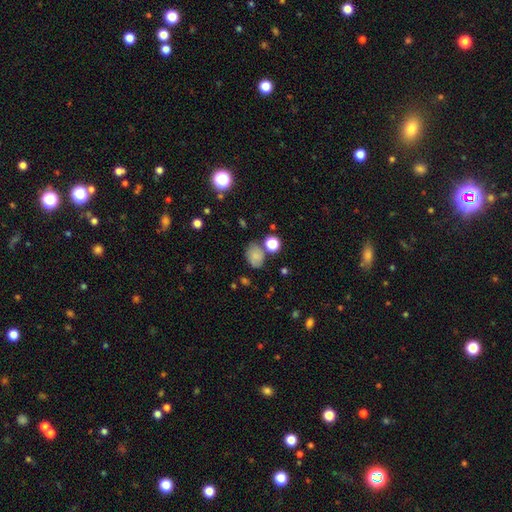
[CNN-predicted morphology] smooth-or-featured: smooth: 76% | star or artifact: 13% | featured or disk: 12%
  how-rounded: in between: 66% | round: 33% | cigar-shaped: 1%
  merging: none: 60% | minor disturbance: 21% | merger: 12% | major disturbance: 7%